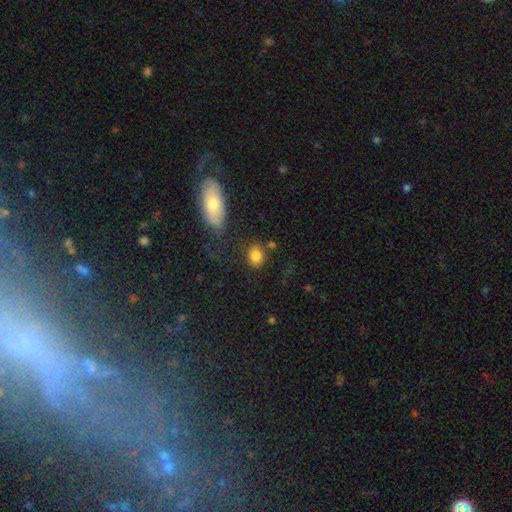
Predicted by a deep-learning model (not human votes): Smooth or featured: smooth — 84% (star or artifact — 9%)
How rounded: in between — 53% (round — 46%)
Merging: none — 76% (minor disturbance — 13%)